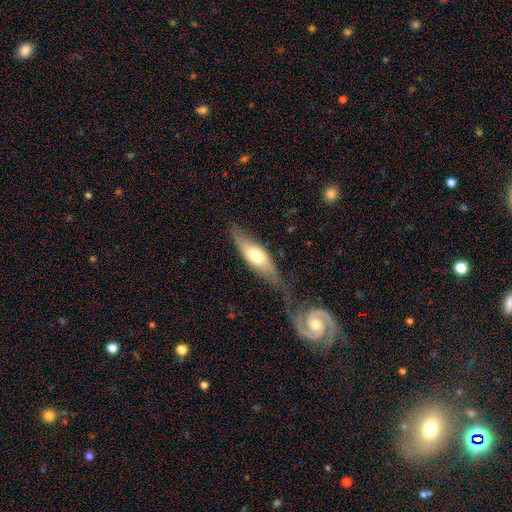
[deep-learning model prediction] Smooth or featured? Predicted: smooth (p=0.54). How rounded? Predicted: cigar-shaped (p=0.49, tied with in between). Merging? Predicted: none (p=0.47).